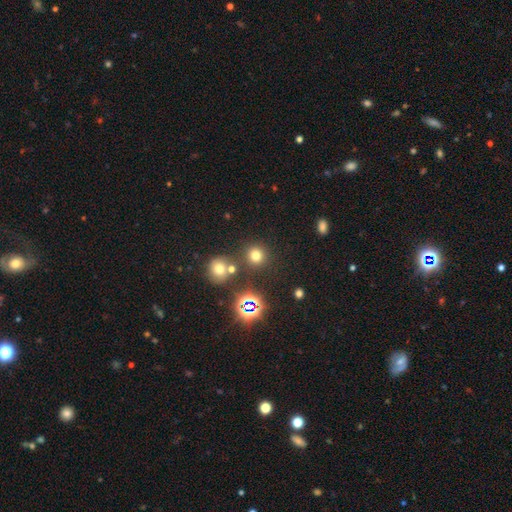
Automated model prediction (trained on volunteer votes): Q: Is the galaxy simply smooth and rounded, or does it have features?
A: smooth — 69%.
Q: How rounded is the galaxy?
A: round — 92%.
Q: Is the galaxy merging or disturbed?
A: none — 81%.